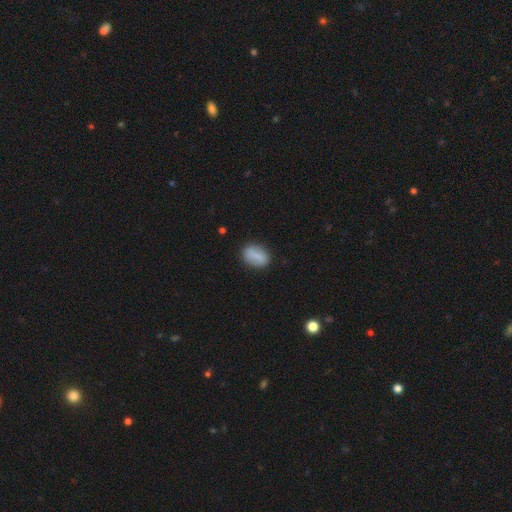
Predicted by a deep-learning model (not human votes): Smooth or featured?
  - smooth: 80% *
  - featured or disk: 12%
  - star or artifact: 8%
How rounded?
  - in between: 76% *
  - round: 21%
  - cigar-shaped: 3%
Merging?
  - none: 80% *
  - minor disturbance: 13%
  - major disturbance: 4%
  - merger: 3%